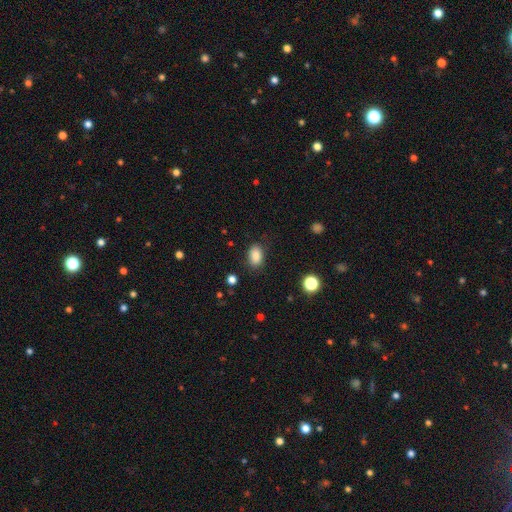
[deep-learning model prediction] Morphology: type=smooth (87%); roundness=in between (85%); merging=none (84%).